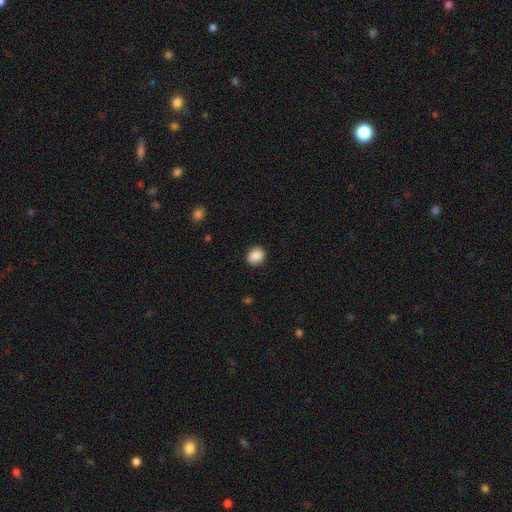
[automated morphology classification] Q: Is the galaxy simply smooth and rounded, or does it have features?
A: smooth — 87%.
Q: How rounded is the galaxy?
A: round — 74%.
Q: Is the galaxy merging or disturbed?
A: none — 87%.